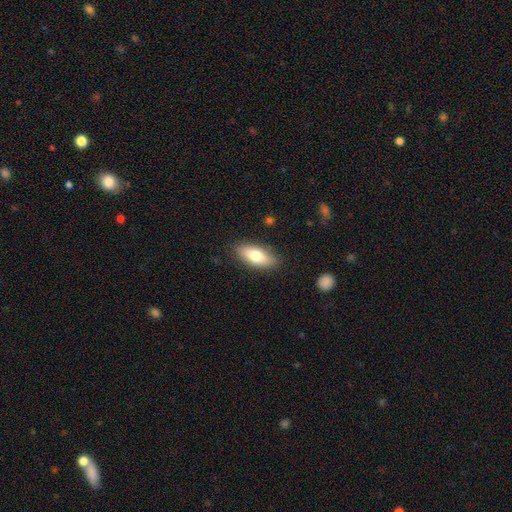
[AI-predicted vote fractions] Morphology: type=smooth (75%); roundness=in between (78%); merging=none (85%).